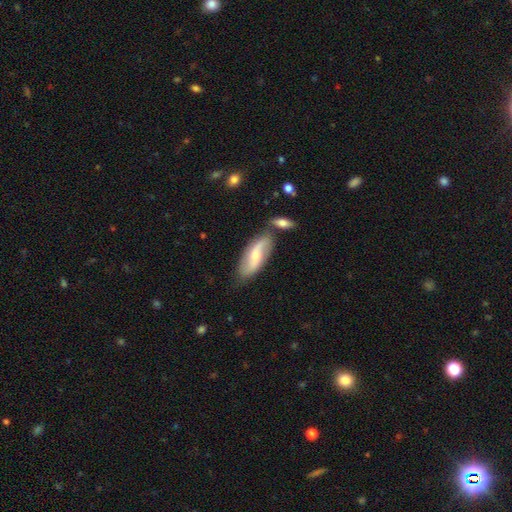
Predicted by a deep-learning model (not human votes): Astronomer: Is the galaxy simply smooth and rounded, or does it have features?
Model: featured or disk — 56% (runner-up: smooth, 38%).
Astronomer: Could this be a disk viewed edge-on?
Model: no — 86%.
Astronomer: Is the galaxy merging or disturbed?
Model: none — 68%.